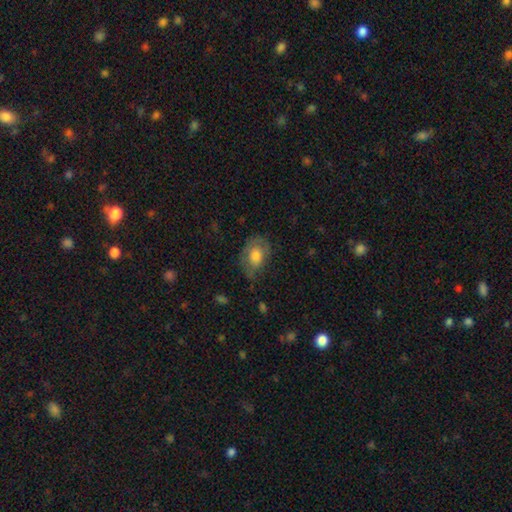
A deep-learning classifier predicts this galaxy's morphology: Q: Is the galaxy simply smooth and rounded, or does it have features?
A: smooth — 69%.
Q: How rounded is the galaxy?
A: in between — 73%.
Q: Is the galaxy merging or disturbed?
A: none — 53%.